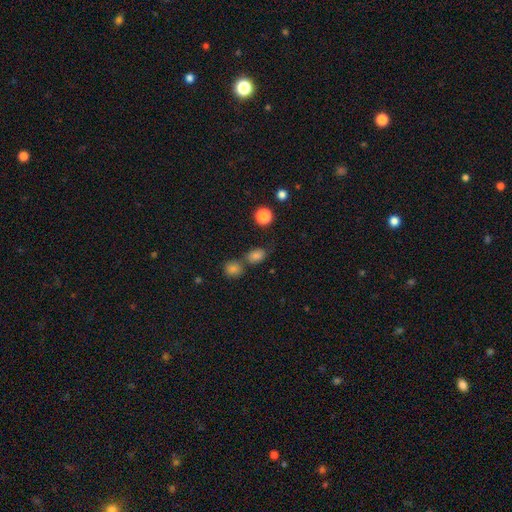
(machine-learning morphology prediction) smooth 76%, star or artifact 16%, featured or disk 8%. Down the decision tree: how rounded — in between (56%); merging — none (56%).